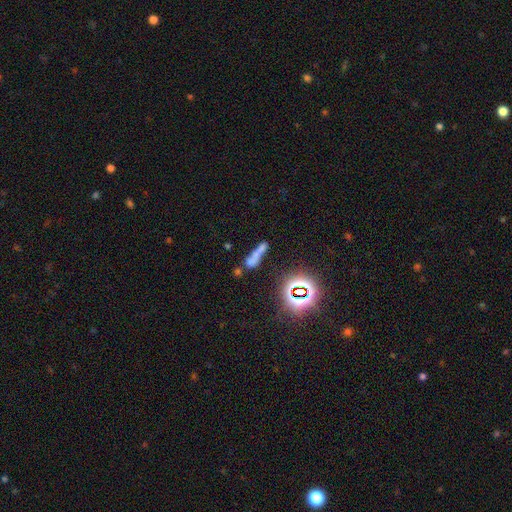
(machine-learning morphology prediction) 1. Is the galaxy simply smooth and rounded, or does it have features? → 50% smooth, 27% star or artifact, 23% featured or disk.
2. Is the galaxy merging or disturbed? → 37% none, 34% merger, 15% minor disturbance, 14% major disturbance.